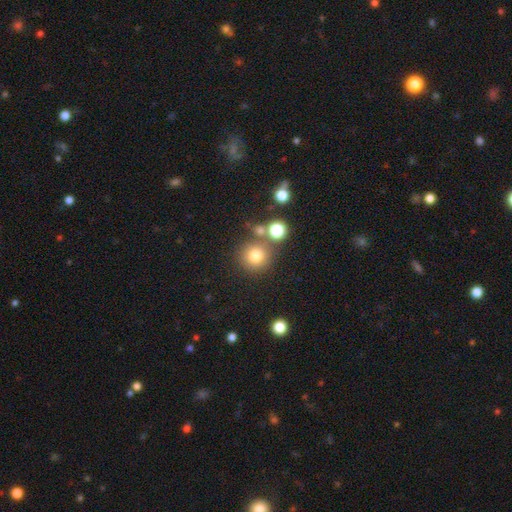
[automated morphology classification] type=smooth (76%); roundness=round (93%); merging=none (73%).